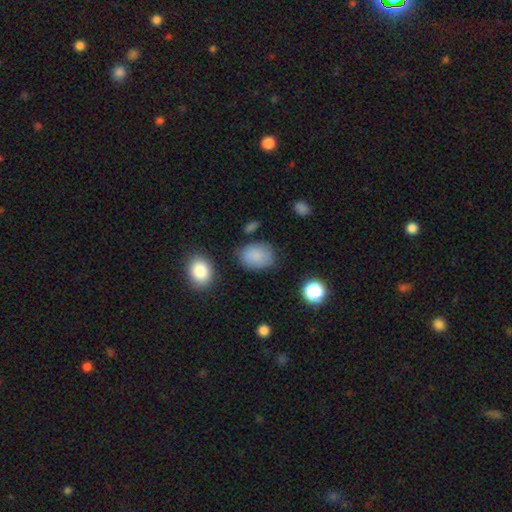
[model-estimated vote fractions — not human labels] This is clearly a smooth galaxy (85%). How rounded: likely in between (70%). Merging: likely none (77%).